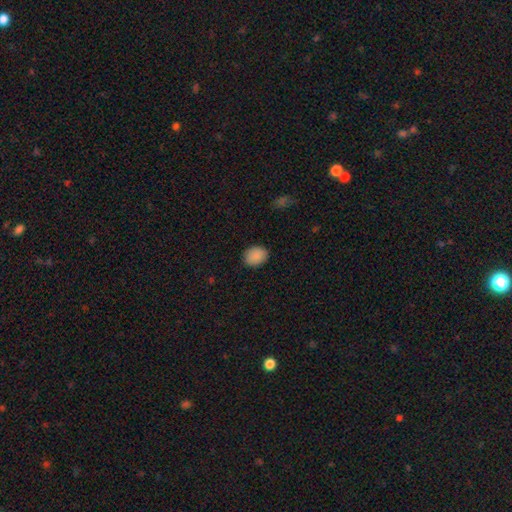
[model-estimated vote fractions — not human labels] The model was most divided on "how rounded": in between: 61%, round: 38%, cigar-shaped: 1%. More confident: smooth or featured — smooth (89%); merging — none (88%).